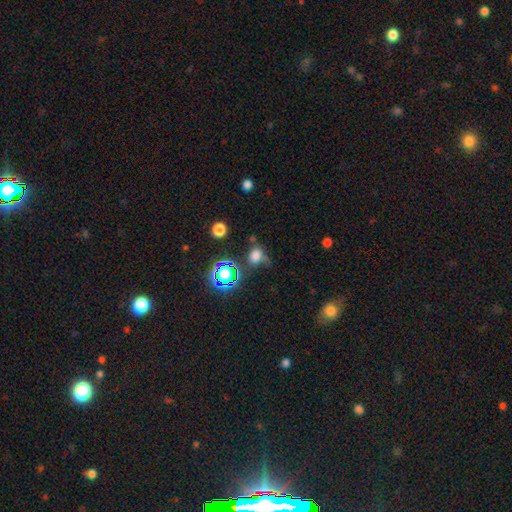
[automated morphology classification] A smooth galaxy with no disk features (66%) that is round (50%). Merging: none (52%).